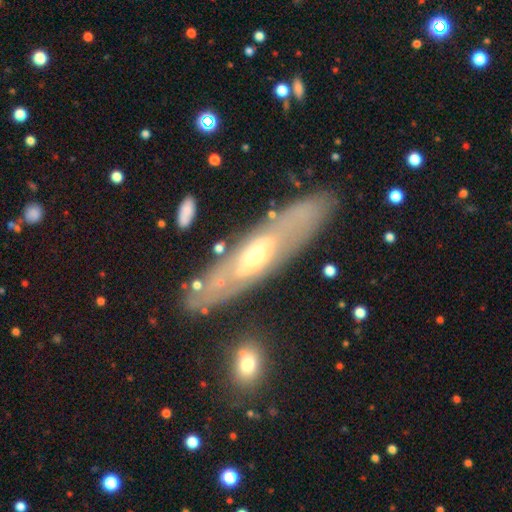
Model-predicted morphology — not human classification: Smooth or featured: featured or disk — 64% (smooth — 29%)
Edge-on disk: no — 61% (yes — 39%)
Merging: none — 78% (minor disturbance — 13%)